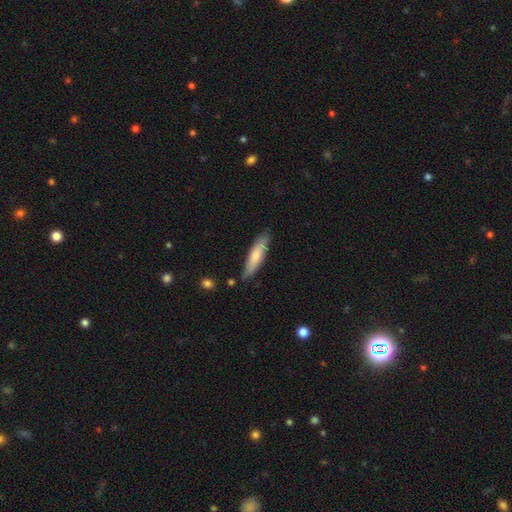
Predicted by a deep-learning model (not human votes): Smooth or featured: smooth — 69% (featured or disk — 26%)
How rounded: cigar-shaped — 75% (in between — 23%)
Merging: none — 80% (minor disturbance — 15%)